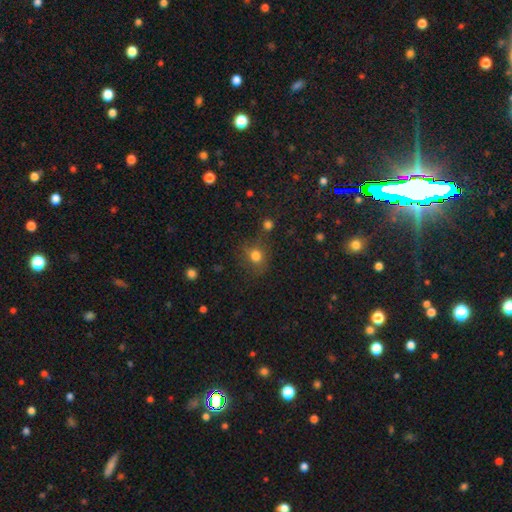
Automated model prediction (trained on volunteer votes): Smooth or featured? smooth (75%)
How rounded? round (72%)
Merging? none (69%)